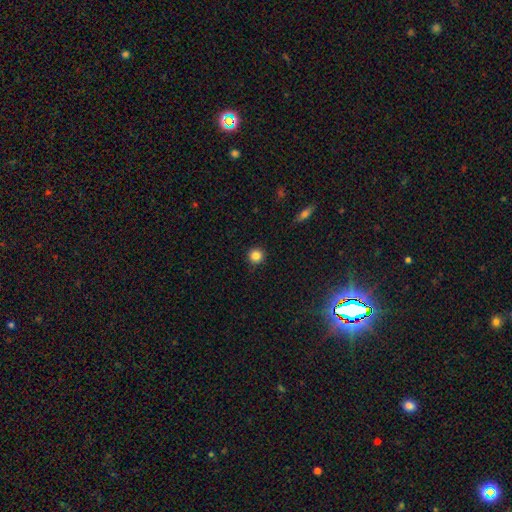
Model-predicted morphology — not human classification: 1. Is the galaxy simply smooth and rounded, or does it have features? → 85% smooth, 11% star or artifact, 4% featured or disk.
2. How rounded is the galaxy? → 95% round, 4% in between, 1% cigar-shaped.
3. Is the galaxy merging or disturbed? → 91% none, 6% minor disturbance, 2% major disturbance, 1% merger.